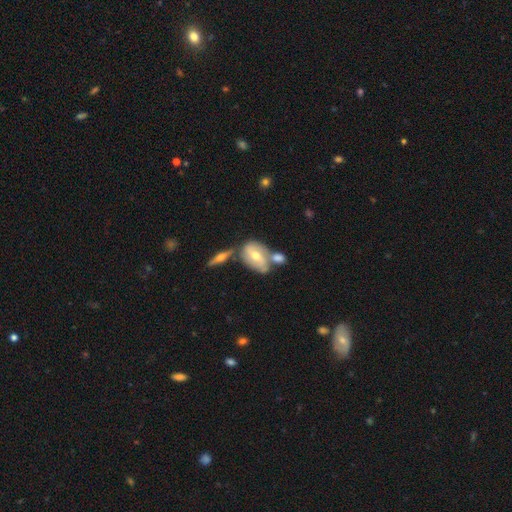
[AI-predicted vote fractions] A featured or disk galaxy (54%). Merging: none (43%).